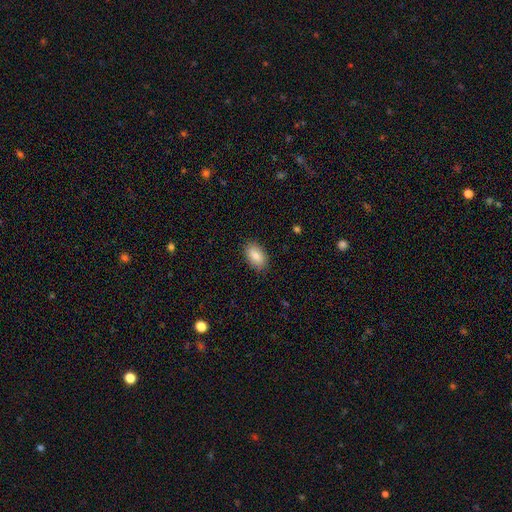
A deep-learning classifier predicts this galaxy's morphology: Smooth or featured? smooth (86%)
How rounded? in between (92%)
Merging? none (86%)